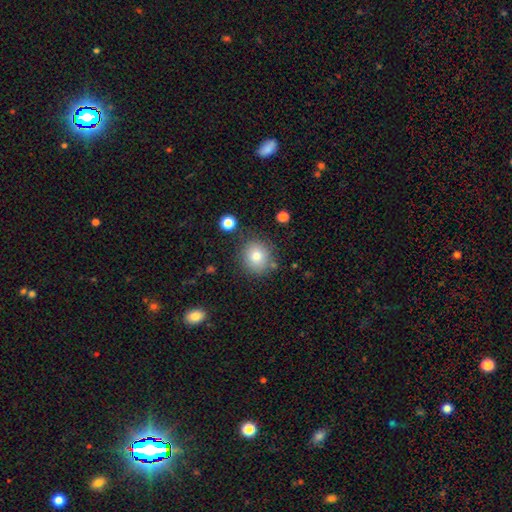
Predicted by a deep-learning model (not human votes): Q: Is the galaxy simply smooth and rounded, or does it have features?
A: smooth — 79%.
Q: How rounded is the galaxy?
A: round — 83%.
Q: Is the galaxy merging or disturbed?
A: none — 80%.